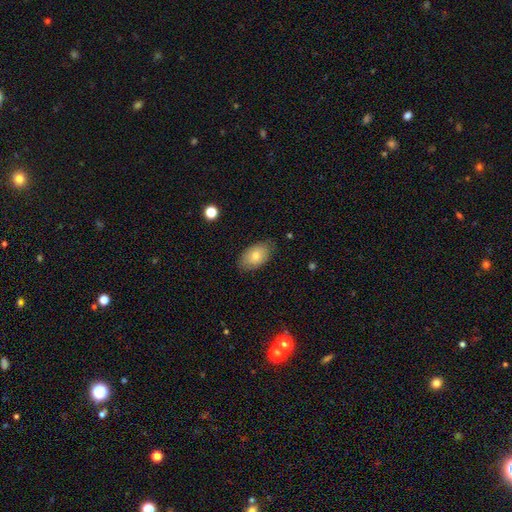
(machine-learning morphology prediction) smooth-or-featured: smooth: 73% | featured or disk: 18% | star or artifact: 8%
  how-rounded: in between: 92% | round: 6% | cigar-shaped: 2%
  merging: none: 82% | minor disturbance: 15% | major disturbance: 3% | merger: 1%